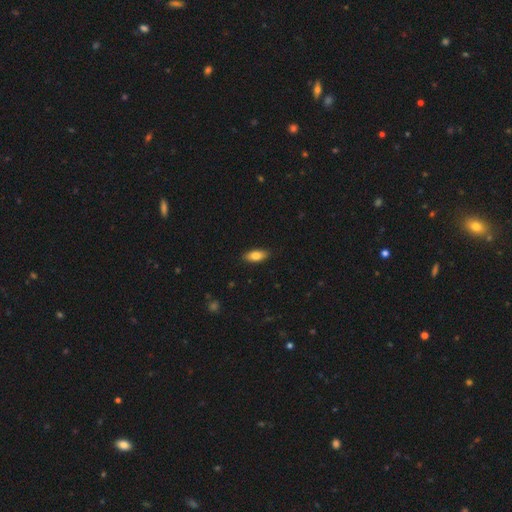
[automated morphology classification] smooth 80%, featured or disk 14%, star or artifact 7%. Down the decision tree: how rounded — in between (85%); merging — none (88%).